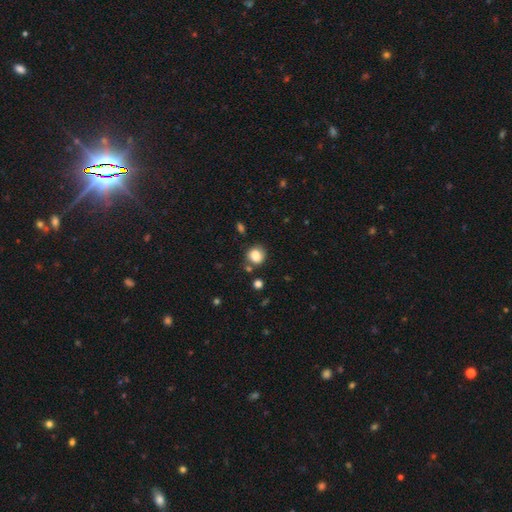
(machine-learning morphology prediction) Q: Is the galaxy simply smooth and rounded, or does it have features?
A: smooth — 83%.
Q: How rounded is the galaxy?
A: round — 80%.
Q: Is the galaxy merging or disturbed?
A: none — 71%.